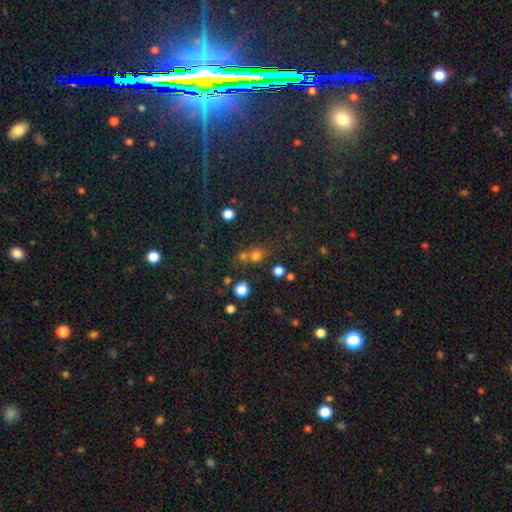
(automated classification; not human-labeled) The model was most divided on "merging": none: 54%, merger: 32%, minor disturbance: 9%, major disturbance: 5%. More confident: how rounded — round (80%); smooth or featured — smooth (70%).